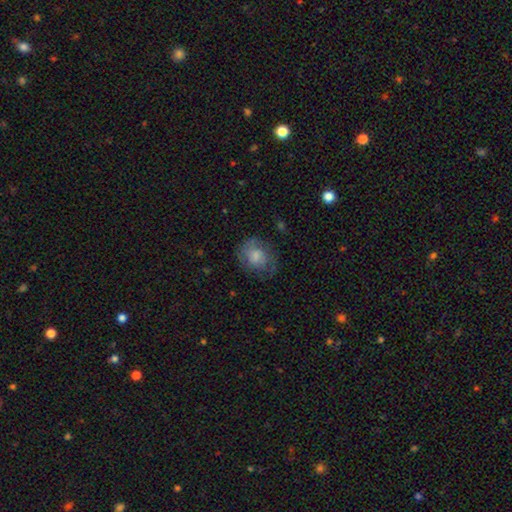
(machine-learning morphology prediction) smooth-or-featured: smooth: 64% | featured or disk: 28% | star or artifact: 8%
  how-rounded: round: 62% | in between: 37% | cigar-shaped: 1%
  merging: none: 58% | minor disturbance: 24% | major disturbance: 16% | merger: 1%